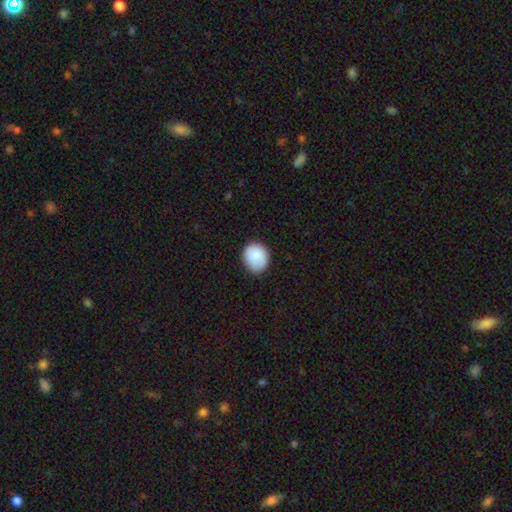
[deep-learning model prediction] A smooth galaxy with no disk features (87%) that is round (61%).

Vote fractions:
- Smooth or featured? smooth: 87% / star or artifact: 7% / featured or disk: 6%
- How rounded? round: 61% / in between: 38% / cigar-shaped: 1%
- Merging? none: 78% / minor disturbance: 18% / major disturbance: 3% / merger: 1%